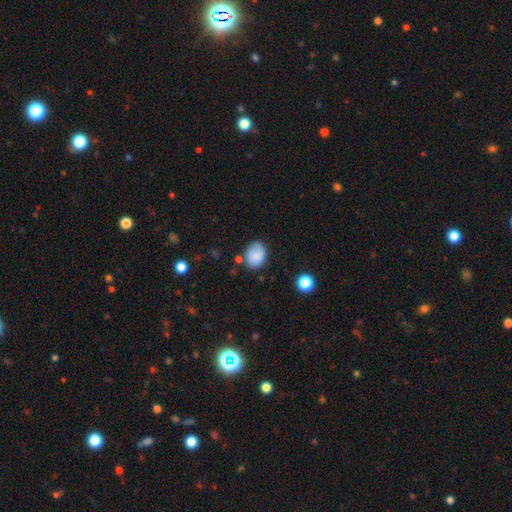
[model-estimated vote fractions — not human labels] Smooth or featured?
  - smooth: 83% *
  - star or artifact: 9%
  - featured or disk: 8%
How rounded?
  - in between: 62% *
  - round: 38%
  - cigar-shaped: 1%
Merging?
  - none: 67% *
  - minor disturbance: 22%
  - major disturbance: 6%
  - merger: 5%